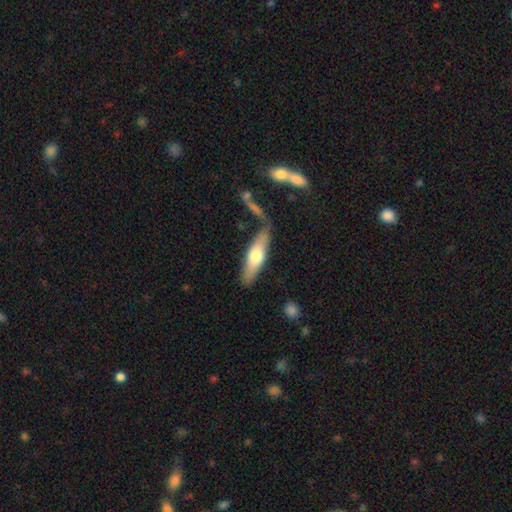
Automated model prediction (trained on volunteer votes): The model was most divided on "smooth or featured": smooth: 58%, featured or disk: 37%, star or artifact: 5%. More confident: merging — none (72%); how rounded — cigar-shaped (61%).